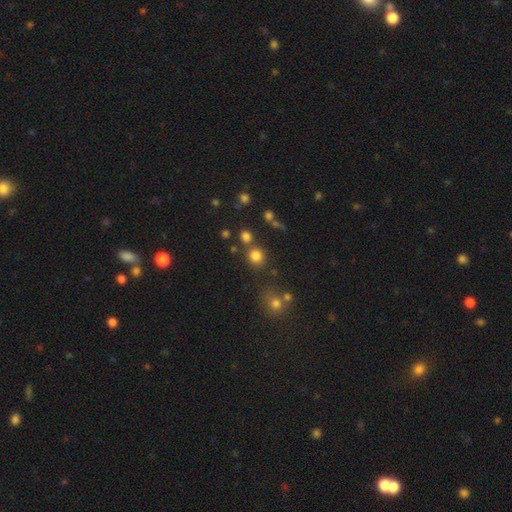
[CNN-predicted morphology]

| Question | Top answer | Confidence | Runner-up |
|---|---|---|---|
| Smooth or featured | smooth | 79% | star or artifact (15%) |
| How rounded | round | 88% | in between (11%) |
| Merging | none | 74% | merger (14%) |